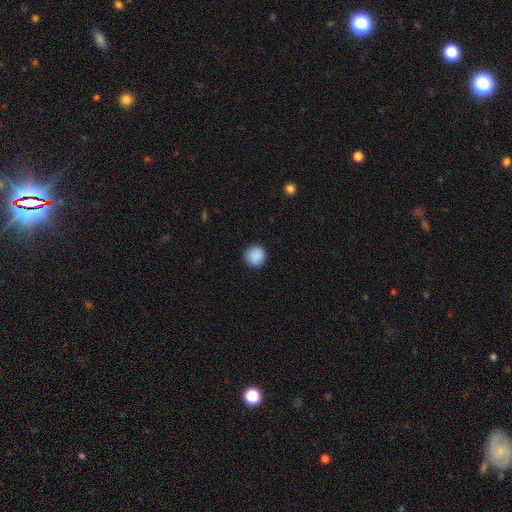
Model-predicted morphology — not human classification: Smooth or featured? smooth (90%)
How rounded? round (95%)
Merging? none (92%)